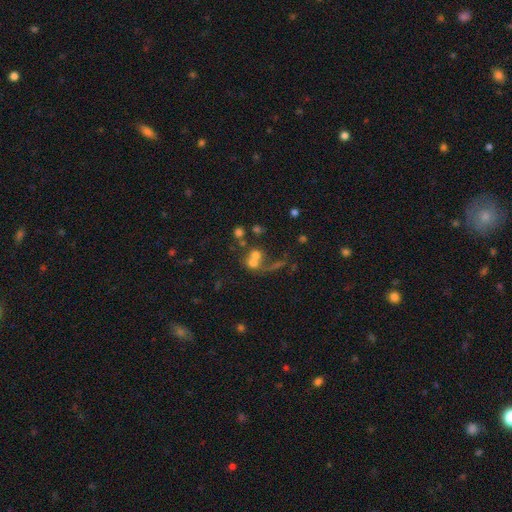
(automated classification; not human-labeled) A smooth galaxy with no disk features (55%) that is round (75%). Merging: merger (58%).